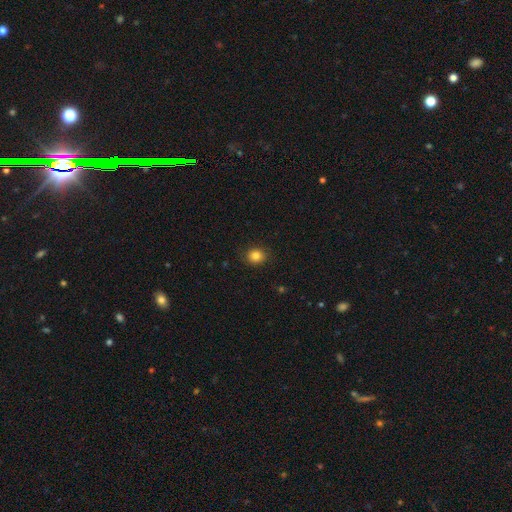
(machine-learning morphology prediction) type=smooth (84%); roundness=round (72%); merging=none (88%).